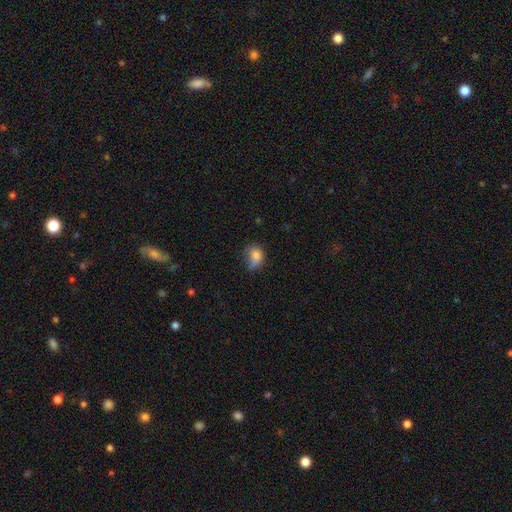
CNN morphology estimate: A smooth galaxy with no disk features (80%) that is in between round and cigar-shaped (61%). Merging: minor disturbance (38%).